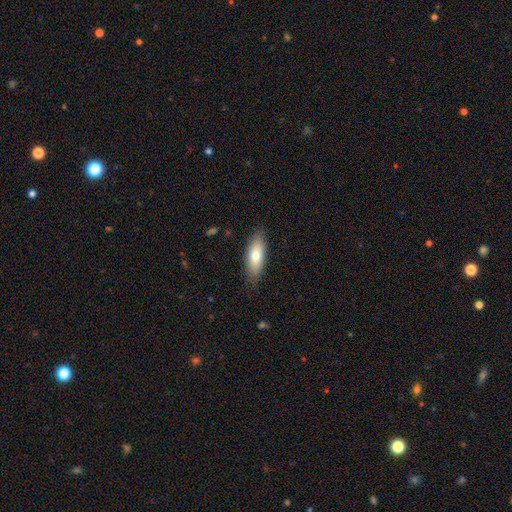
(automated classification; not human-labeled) Q: Smooth or featured?
A: smooth (73%); runner-up: featured or disk (21%)
Q: How rounded?
A: in between (69%); runner-up: cigar-shaped (29%)
Q: Merging?
A: none (85%); runner-up: minor disturbance (12%)